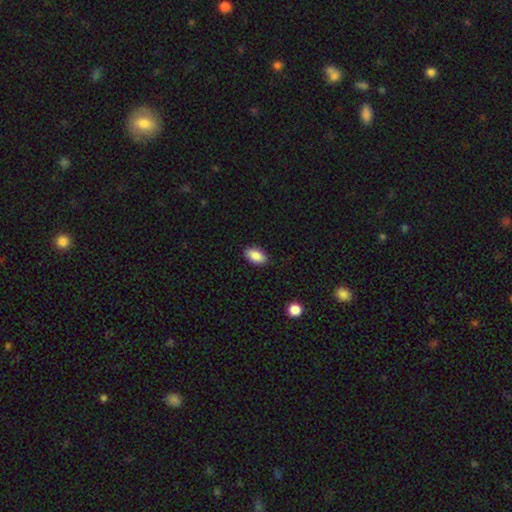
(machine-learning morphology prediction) Smooth or featured?
  - smooth: 89% *
  - star or artifact: 7%
  - featured or disk: 4%
How rounded?
  - in between: 93% *
  - round: 5%
  - cigar-shaped: 2%
Merging?
  - none: 87% *
  - minor disturbance: 10%
  - major disturbance: 2%
  - merger: 1%